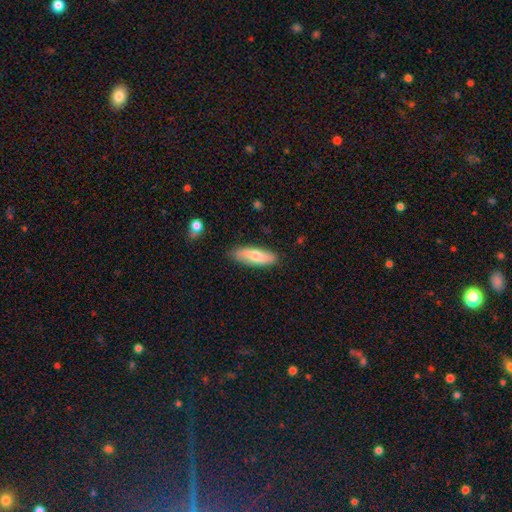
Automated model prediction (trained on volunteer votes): smooth-or-featured: smooth: 70% | featured or disk: 25% | star or artifact: 6%
  how-rounded: in between: 53% | cigar-shaped: 45% | round: 2%
  merging: none: 83% | minor disturbance: 13% | major disturbance: 2% | merger: 1%